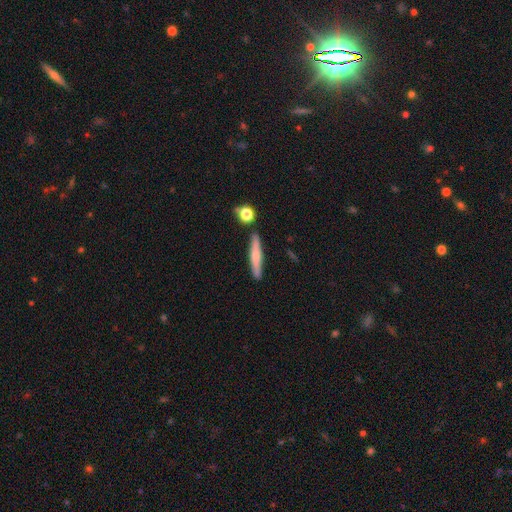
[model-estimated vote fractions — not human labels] Smooth or featured? smooth (54%)
How rounded? cigar-shaped (89%)
Merging? none (85%)